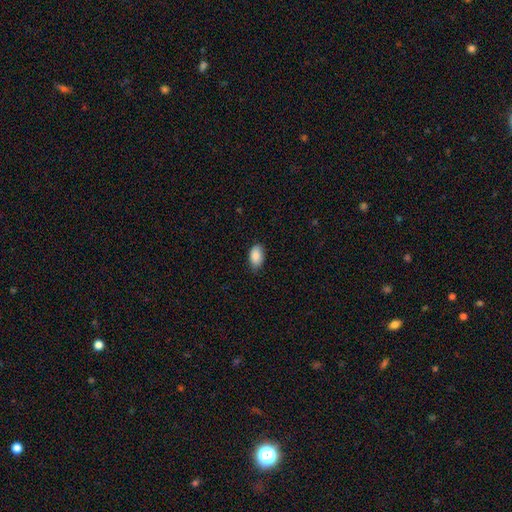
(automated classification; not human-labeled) Smooth or featured? smooth (89%)
How rounded? in between (91%)
Merging? none (80%)